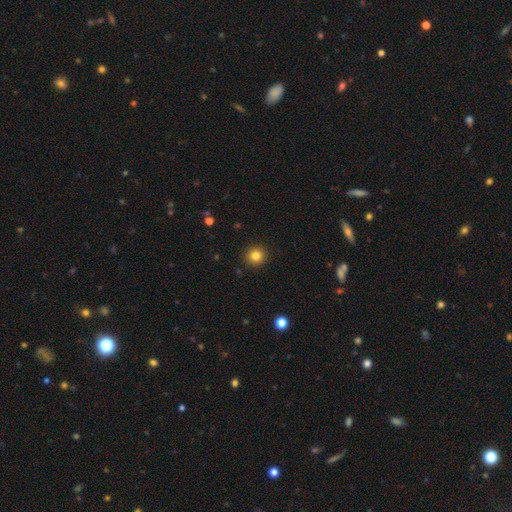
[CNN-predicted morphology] smooth-or-featured: smooth: 83% | star or artifact: 12% | featured or disk: 6%
  how-rounded: round: 92% | in between: 7% | cigar-shaped: 1%
  merging: none: 92% | minor disturbance: 5% | major disturbance: 2% | merger: 1%